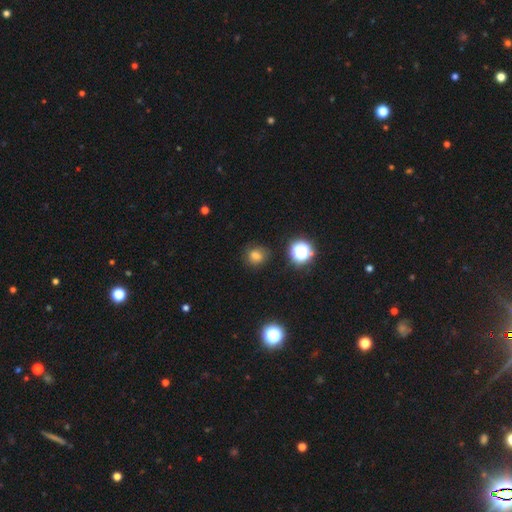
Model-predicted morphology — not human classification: Smooth or featured? Predicted: smooth (p=0.74). How rounded? Predicted: round (p=0.66). Merging? Predicted: none (p=0.76).